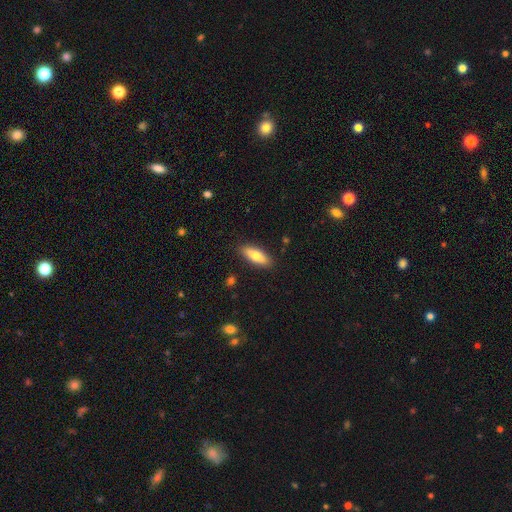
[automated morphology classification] smooth 77%, featured or disk 17%, star or artifact 6%. Down the decision tree: how rounded — in between (62%); merging — none (88%).